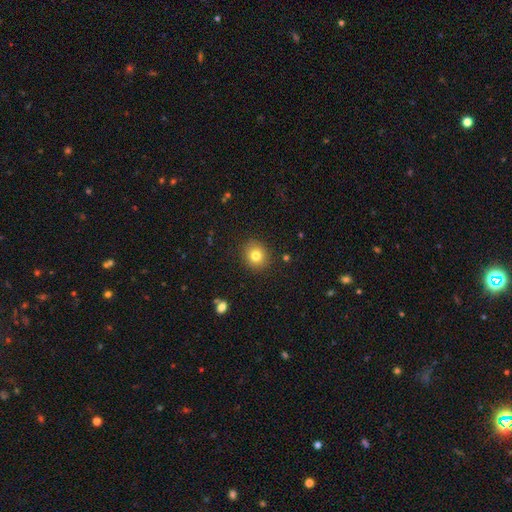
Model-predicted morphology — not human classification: type=smooth (79%); roundness=round (83%); merging=none (89%).